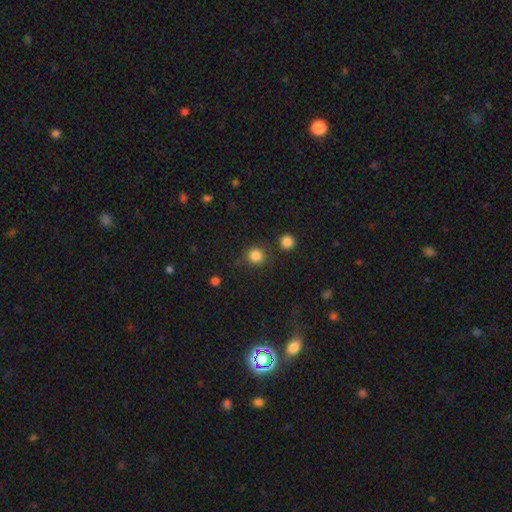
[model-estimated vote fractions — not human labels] Smooth or featured? Predicted: smooth (p=0.84). How rounded? Predicted: round (p=0.93). Merging? Predicted: none (p=0.82).